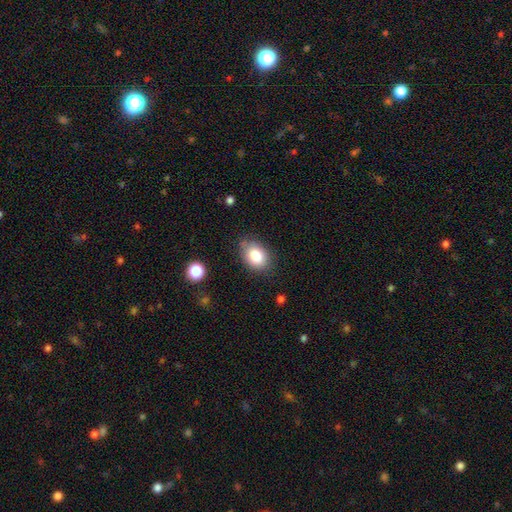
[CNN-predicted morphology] Smooth or featured: smooth — 84% (star or artifact — 8%)
How rounded: in between — 78% (round — 21%)
Merging: none — 71% (minor disturbance — 22%)